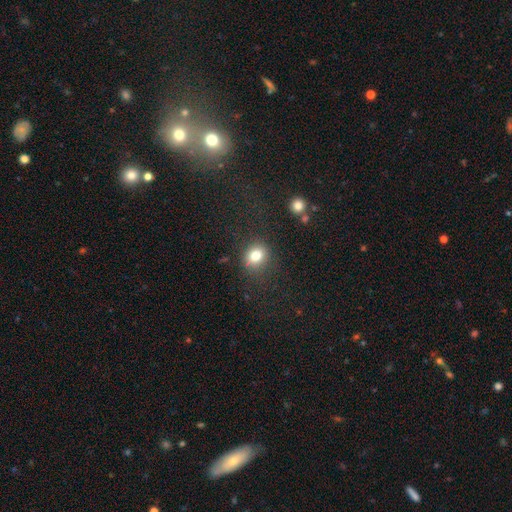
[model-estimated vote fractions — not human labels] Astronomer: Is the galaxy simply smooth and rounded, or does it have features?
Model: smooth — 80%.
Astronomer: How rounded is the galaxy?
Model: round — 65%.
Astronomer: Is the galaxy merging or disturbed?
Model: none — 81%.